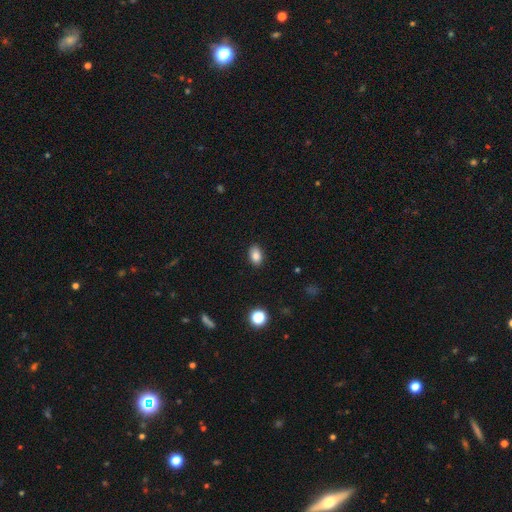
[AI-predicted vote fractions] This appears to be a smooth galaxy with no disk features (85%) that is in between round and cigar-shaped (86%). Merging: none (88%).